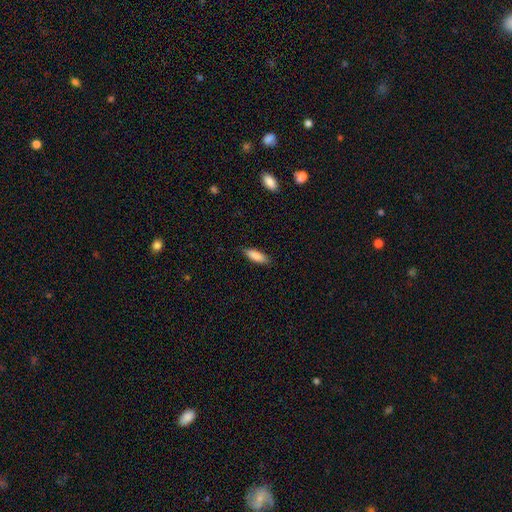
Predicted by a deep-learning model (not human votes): Smooth or featured?
  - smooth: 87% *
  - featured or disk: 7%
  - star or artifact: 6%
How rounded?
  - in between: 58% *
  - cigar-shaped: 41%
  - round: 2%
Merging?
  - none: 87% *
  - minor disturbance: 10%
  - major disturbance: 2%
  - merger: 1%